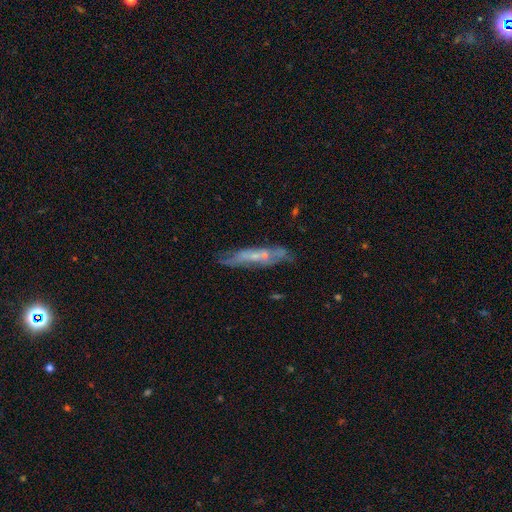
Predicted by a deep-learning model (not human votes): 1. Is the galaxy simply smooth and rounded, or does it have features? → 57% featured or disk, 35% smooth, 8% star or artifact.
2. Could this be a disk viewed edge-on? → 52% yes, 48% no.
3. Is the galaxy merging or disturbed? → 60% none, 23% minor disturbance, 9% major disturbance, 8% merger.